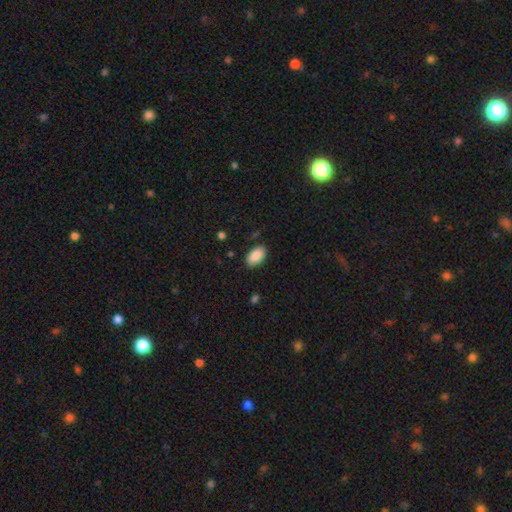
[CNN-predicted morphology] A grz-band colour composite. It shows a smooth galaxy with no disk features (89%) that is in between round and cigar-shaped (95%). Merging: none (87%).